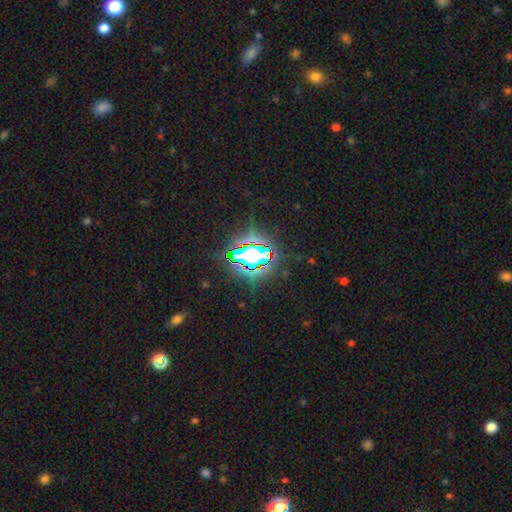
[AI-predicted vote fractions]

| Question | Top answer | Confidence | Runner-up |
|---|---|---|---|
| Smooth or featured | star or artifact | 76% | smooth (14%) |